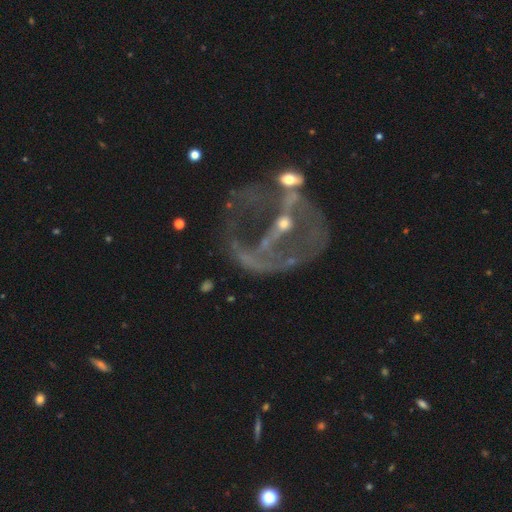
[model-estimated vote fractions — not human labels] smooth_or_featured: featured or disk (p=0.74) [alt: star or artifact p=0.16]
disk_edge_on: no (p=0.95) [alt: yes p=0.05]
bar: no (p=0.35) [alt: strong p=0.34]
has_spiral_arms: no (p=0.55) [alt: yes p=0.45]
bulge_size: small (p=0.63) [alt: none p=0.21]
merging: major disturbance (p=0.39) [alt: none p=0.31]